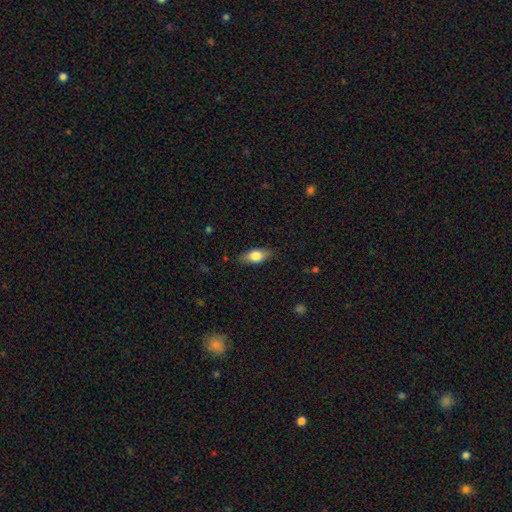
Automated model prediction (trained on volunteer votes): smooth 77%, featured or disk 17%, star or artifact 7%. Down the decision tree: how rounded — in between (86%); merging — none (84%).